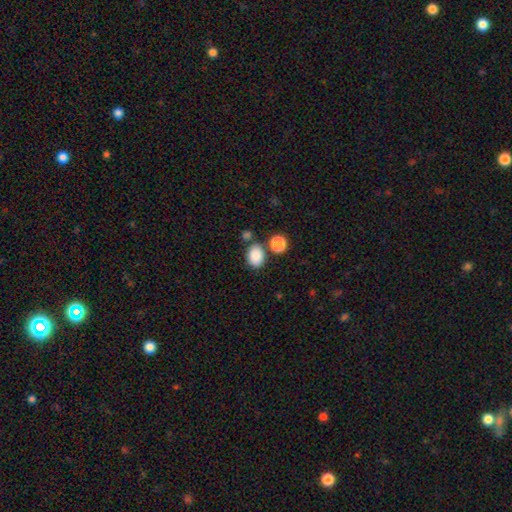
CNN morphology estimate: type=smooth (87%); roundness=in between (75%); merging=none (72%).